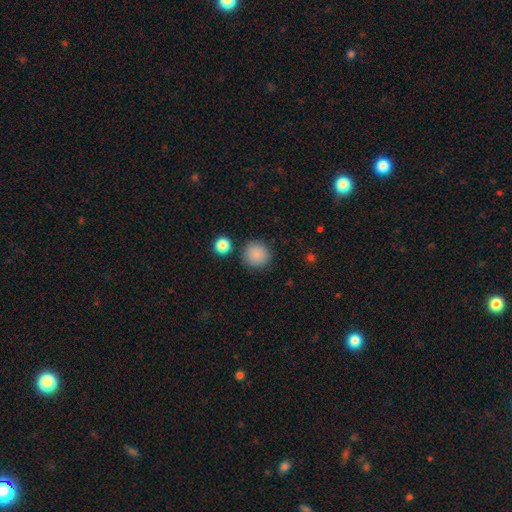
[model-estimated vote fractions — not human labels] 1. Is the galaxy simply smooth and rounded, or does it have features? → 87% smooth, 10% star or artifact, 3% featured or disk.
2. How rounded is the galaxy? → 93% round, 6% in between, 1% cigar-shaped.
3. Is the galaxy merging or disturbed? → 87% none, 8% minor disturbance, 3% merger, 3% major disturbance.